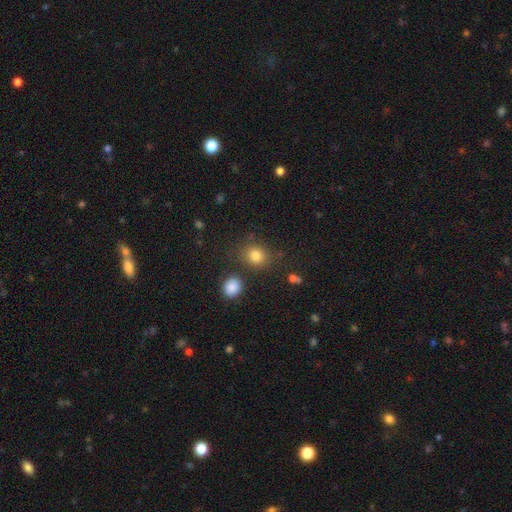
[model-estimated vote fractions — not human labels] Smooth or featured?
  - smooth: 81% *
  - star or artifact: 13%
  - featured or disk: 6%
How rounded?
  - round: 73% *
  - in between: 26%
  - cigar-shaped: 1%
Merging?
  - none: 79% *
  - minor disturbance: 11%
  - merger: 6%
  - major disturbance: 4%